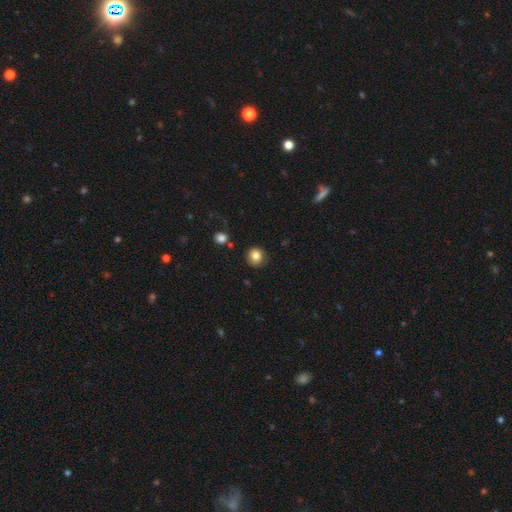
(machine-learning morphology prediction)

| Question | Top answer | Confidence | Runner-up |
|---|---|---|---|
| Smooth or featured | smooth | 82% | star or artifact (11%) |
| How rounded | round | 91% | in between (8%) |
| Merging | none | 85% | minor disturbance (10%) |